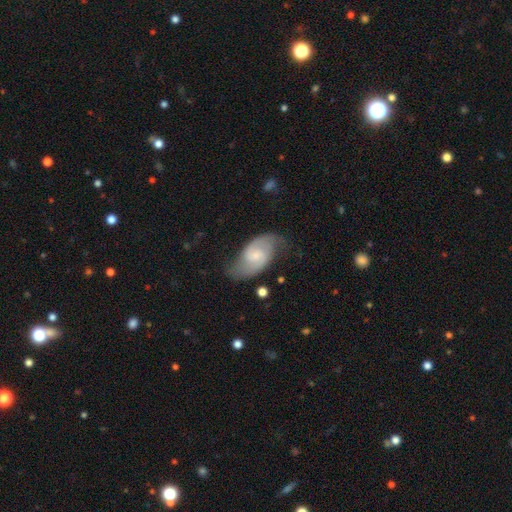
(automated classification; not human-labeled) The model was most divided on "bar": weak: 47%, no: 44%, strong: 8%. Remaining: edge-on disk — no (96%); spiral arms — yes (94%); spiral arm count — 2 (89%); smooth or featured — featured or disk (73%); merging — none (68%); bulge size — small (48%); spiral winding — medium (47%).